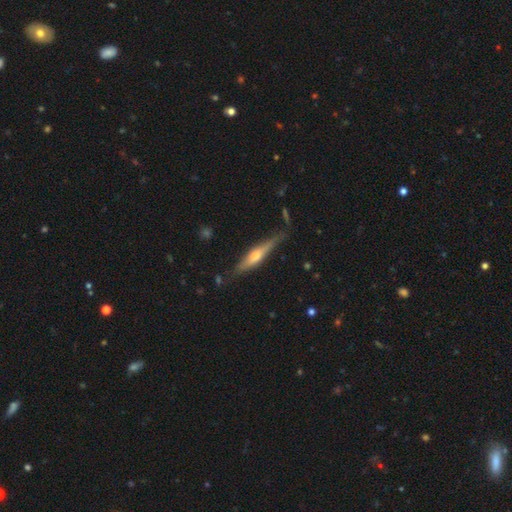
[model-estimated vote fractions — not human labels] This is likely a featured or disk galaxy (61%). It is clearly viewed edge-on (94%). Edge-on bulge: clearly rounded (86%). Merging: likely none (78%).